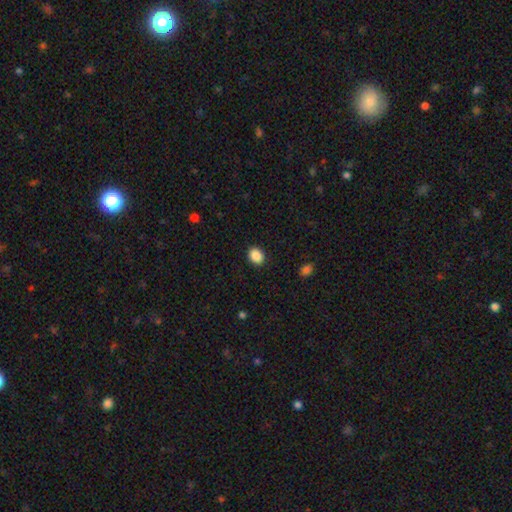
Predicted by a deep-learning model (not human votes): This appears to be a smooth galaxy with no disk features (88%) that is in between round and cigar-shaped (54%). Merging: none (90%).